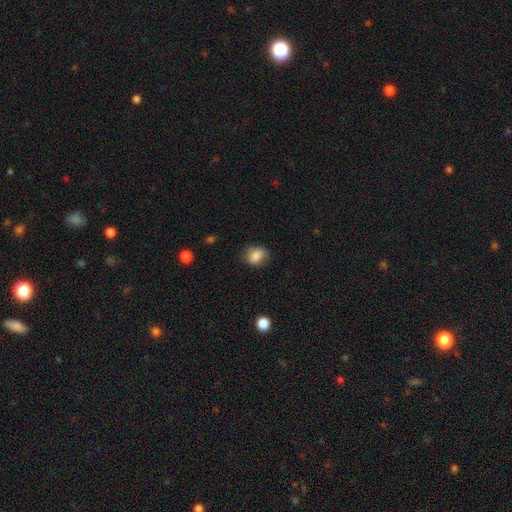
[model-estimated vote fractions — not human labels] A smooth galaxy with no disk features (83%) that is round (54%). Merging: none (73%).